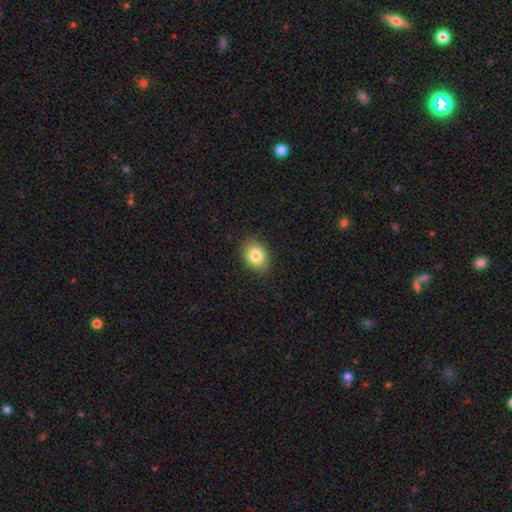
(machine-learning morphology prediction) smooth_or_featured: smooth (p=0.82) [alt: star or artifact p=0.09]
how_rounded: in between (p=0.67) [alt: round p=0.32]
merging: none (p=0.87) [alt: minor disturbance p=0.10]